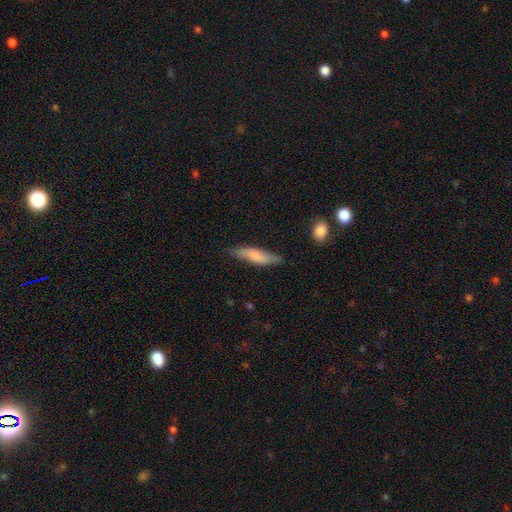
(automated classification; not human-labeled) smooth 74%, featured or disk 20%, star or artifact 6%. Down the decision tree: how rounded — cigar-shaped (74%); merging — none (75%).